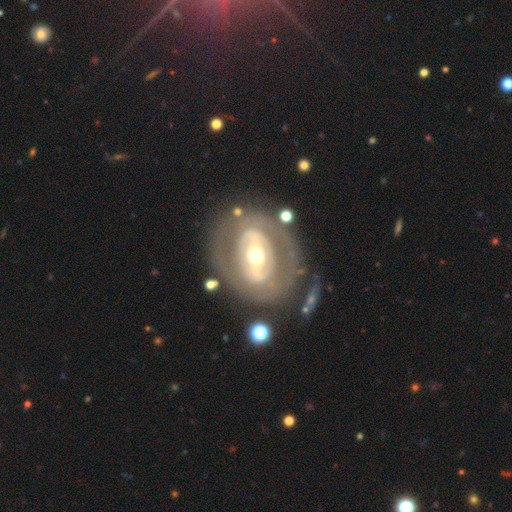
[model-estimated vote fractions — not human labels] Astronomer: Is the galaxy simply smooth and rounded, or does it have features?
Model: featured or disk — 77%.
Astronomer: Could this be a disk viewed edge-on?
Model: no — 94%.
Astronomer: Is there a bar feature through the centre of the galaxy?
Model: strong — 44% (runner-up: weak, 31%).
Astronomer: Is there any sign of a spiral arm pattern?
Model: no — 58% (runner-up: yes, 42%).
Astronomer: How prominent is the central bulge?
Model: moderate — 64%.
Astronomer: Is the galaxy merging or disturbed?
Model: none — 73%.